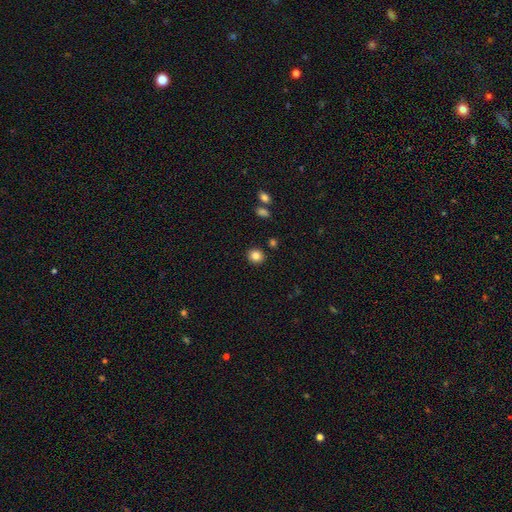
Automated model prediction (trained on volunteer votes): Q: Smooth or featured?
A: smooth (84%); runner-up: star or artifact (10%)
Q: How rounded?
A: round (85%); runner-up: in between (14%)
Q: Merging?
A: none (90%); runner-up: minor disturbance (6%)